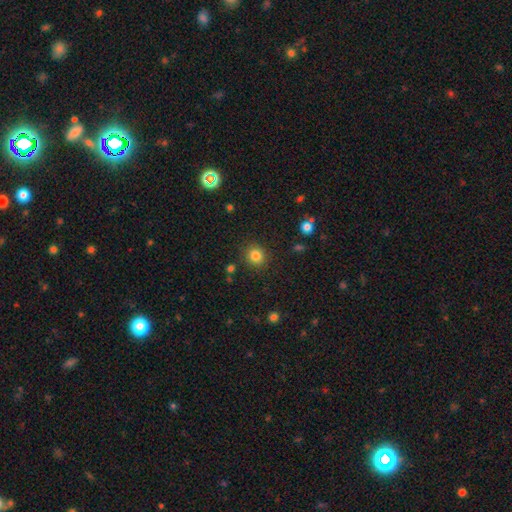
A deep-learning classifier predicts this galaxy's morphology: Smooth or featured: smooth — 83% (star or artifact — 12%)
How rounded: round — 87% (in between — 12%)
Merging: none — 88% (minor disturbance — 7%)